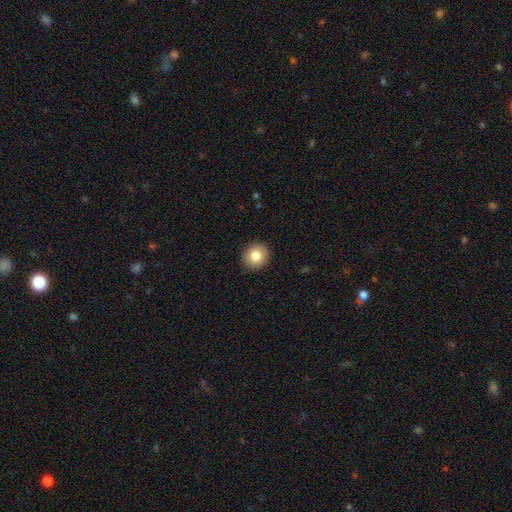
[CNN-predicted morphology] Smooth or featured? smooth (83%)
How rounded? round (82%)
Merging? none (92%)